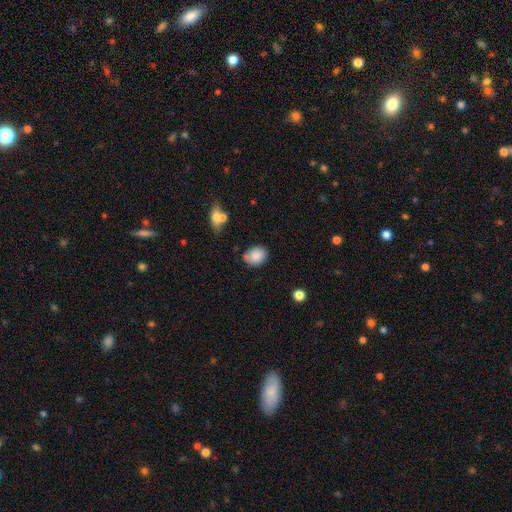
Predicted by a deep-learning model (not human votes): The model was most divided on "how rounded": round: 54%, in between: 45%, cigar-shaped: 1%. More confident: smooth or featured — smooth (84%); merging — none (72%).